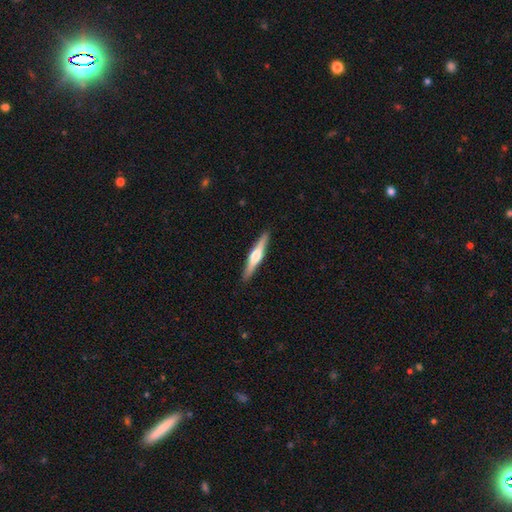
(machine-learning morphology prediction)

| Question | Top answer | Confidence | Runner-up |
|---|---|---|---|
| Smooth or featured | featured or disk | 66% | smooth (29%) |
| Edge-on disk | yes | 98% | no (2%) |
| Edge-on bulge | rounded | 87% | boxy (9%) |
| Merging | none | 91% | minor disturbance (6%) |